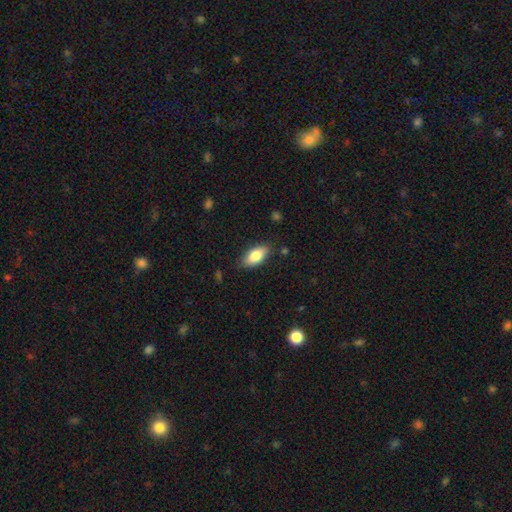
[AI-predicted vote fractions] The model was most divided on "smooth or featured": smooth: 79%, featured or disk: 14%, star or artifact: 7%. More confident: how rounded — in between (87%); merging — none (83%).